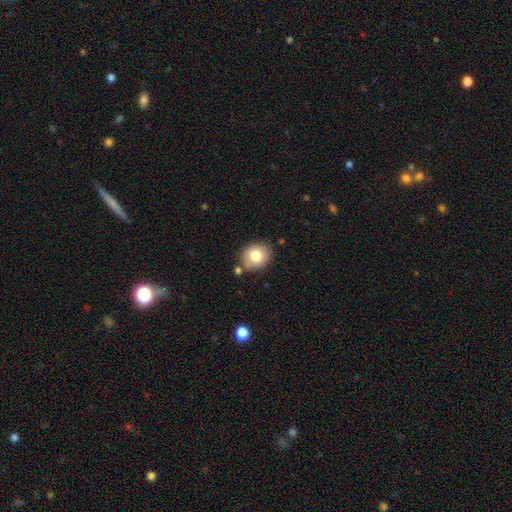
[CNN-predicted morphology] Smooth or featured? Predicted: smooth (p=0.80). How rounded? Predicted: round (p=0.68). Merging? Predicted: none (p=0.80).